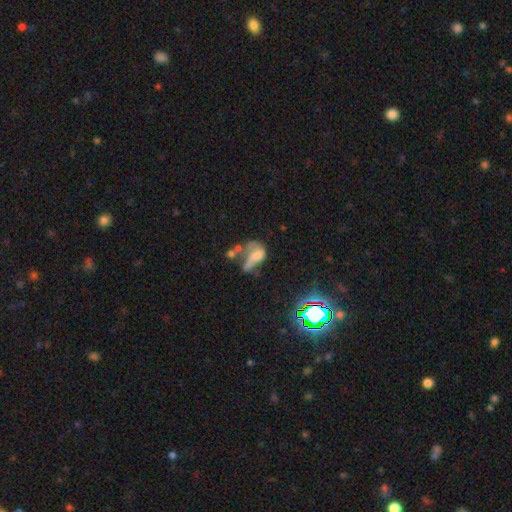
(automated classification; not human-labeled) smooth_or_featured: smooth (p=0.45) [alt: featured or disk p=0.37]
merging: major disturbance (p=0.42) [alt: merger p=0.27]